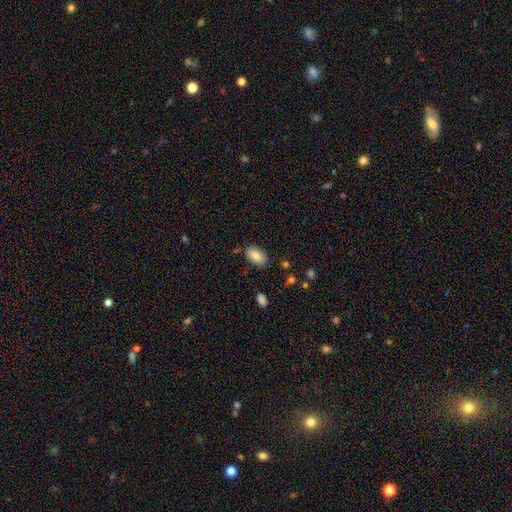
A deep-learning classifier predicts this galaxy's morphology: smooth-or-featured: smooth: 79% | featured or disk: 13% | star or artifact: 8%
  how-rounded: in between: 93% | round: 4% | cigar-shaped: 3%
  merging: none: 79% | minor disturbance: 15% | major disturbance: 3% | merger: 3%